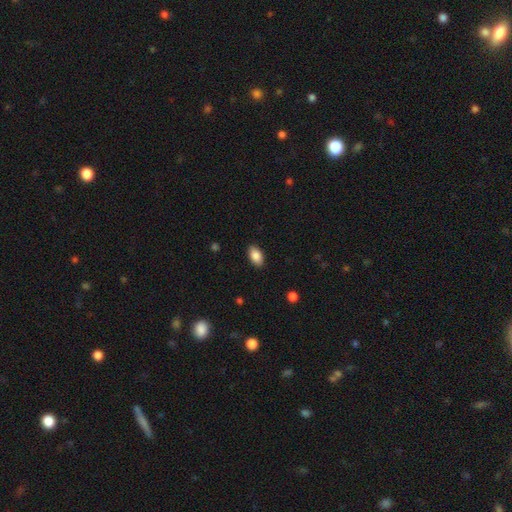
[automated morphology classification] Smooth or featured?
  - smooth: 87% *
  - star or artifact: 7%
  - featured or disk: 5%
How rounded?
  - in between: 94% *
  - round: 4%
  - cigar-shaped: 2%
Merging?
  - none: 89% *
  - minor disturbance: 8%
  - major disturbance: 2%
  - merger: 1%